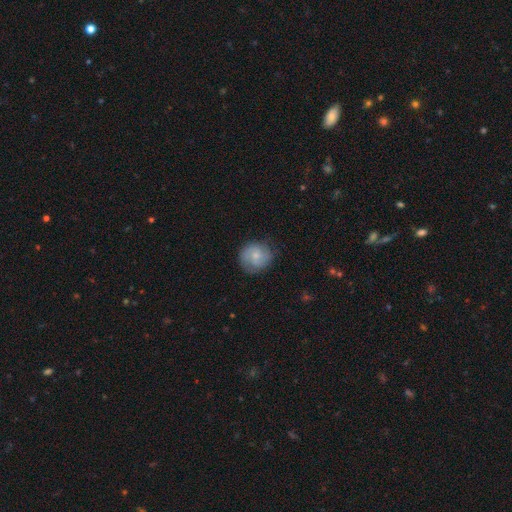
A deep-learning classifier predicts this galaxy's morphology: smooth 48%, featured or disk 45%, star or artifact 7%. Down the decision tree: merging — none (75%).